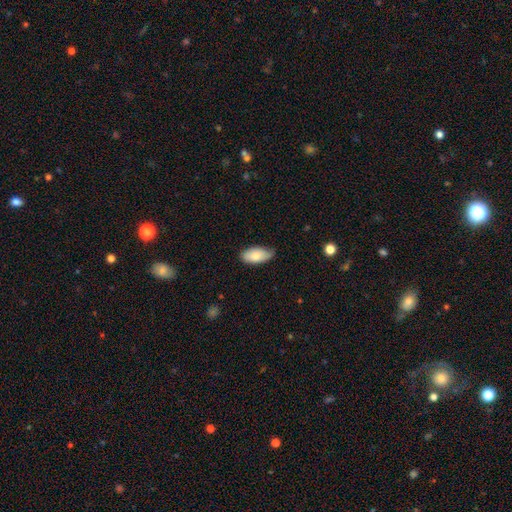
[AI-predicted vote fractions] smooth 81%, featured or disk 13%, star or artifact 6%. Down the decision tree: how rounded — in between (93%); merging — none (67%).